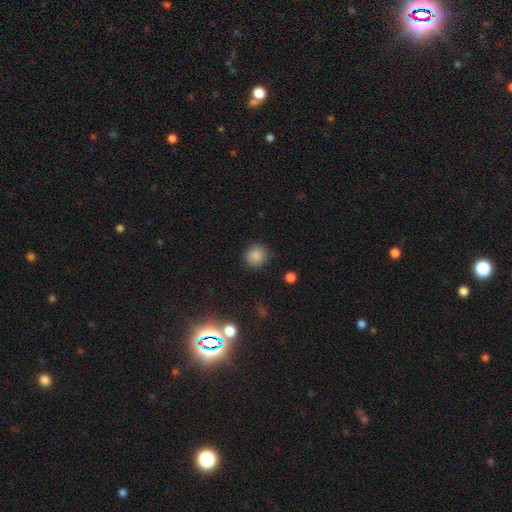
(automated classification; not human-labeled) Smooth or featured? smooth (86%)
How rounded? round (88%)
Merging? none (86%)